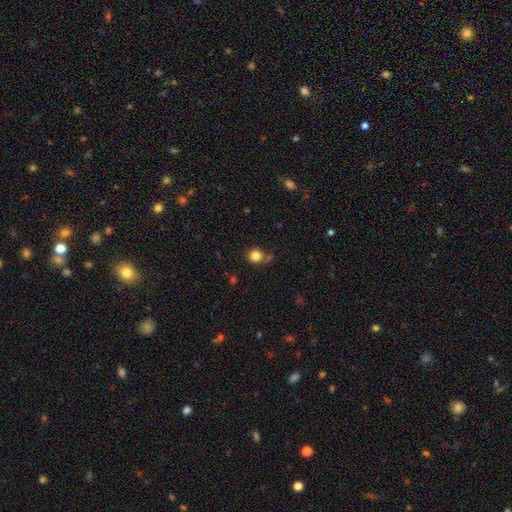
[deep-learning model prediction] Overall: smooth (82%). How rounded: round (87%). Merging: none (74%).